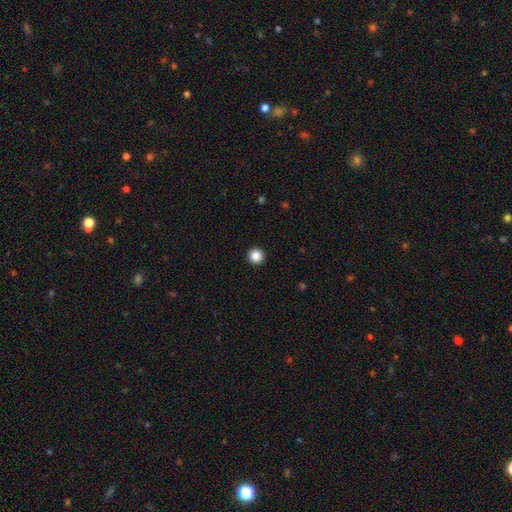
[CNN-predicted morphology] Smooth or featured? Predicted: smooth (p=0.86). How rounded? Predicted: round (p=0.96). Merging? Predicted: none (p=0.94).